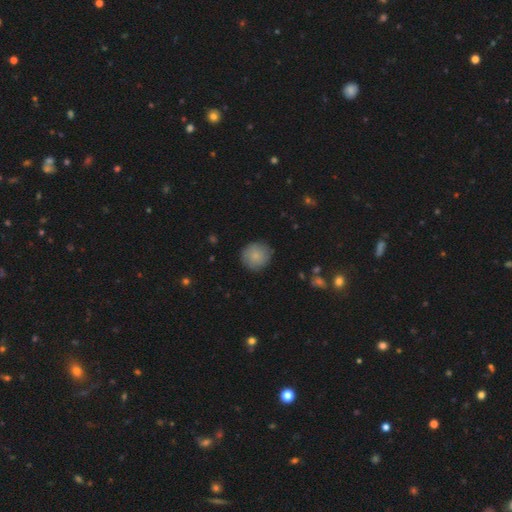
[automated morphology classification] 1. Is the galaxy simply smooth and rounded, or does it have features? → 84% smooth, 9% featured or disk, 7% star or artifact.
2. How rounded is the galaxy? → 92% round, 7% in between, 1% cigar-shaped.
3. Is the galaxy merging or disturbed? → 87% none, 9% minor disturbance, 2% major disturbance, 1% merger.